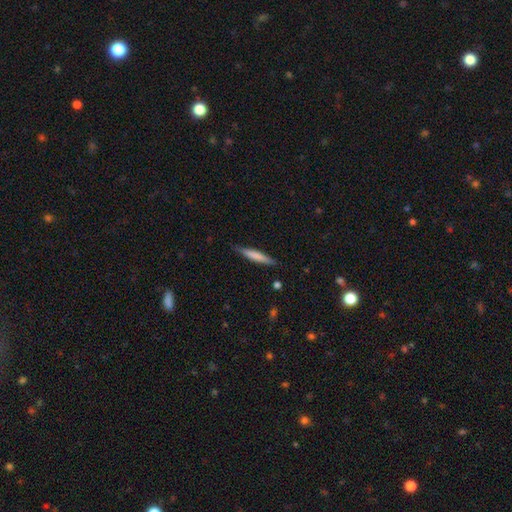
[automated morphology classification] This is likely a smooth galaxy (70%). How rounded: clearly cigar-shaped (92%). Merging: clearly none (85%).